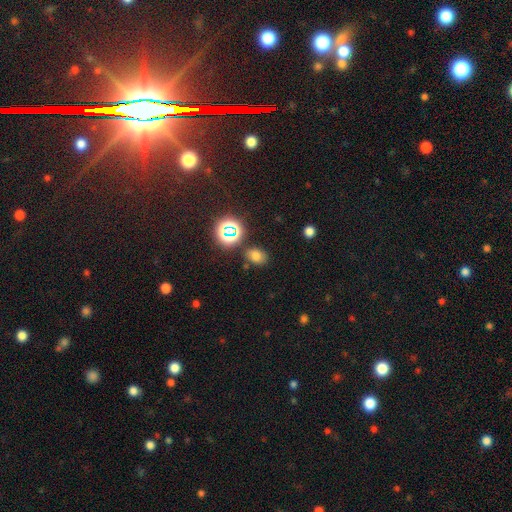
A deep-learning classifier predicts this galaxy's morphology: This is likely a smooth galaxy (69%). How rounded: likely in between (64%). Merging: likely none (79%).